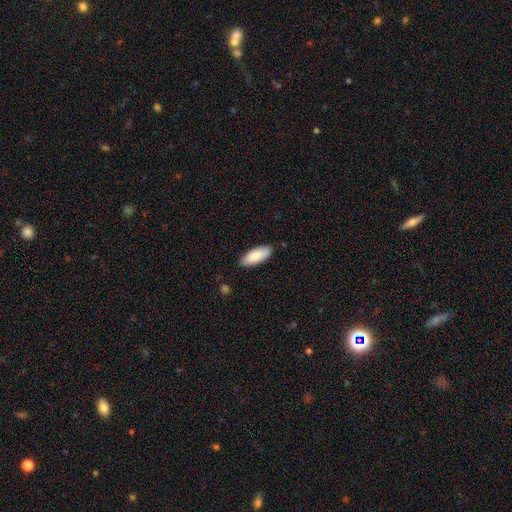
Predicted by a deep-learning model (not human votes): A smooth galaxy with no disk features (86%) that is in between round and cigar-shaped (77%). Merging: none (86%).